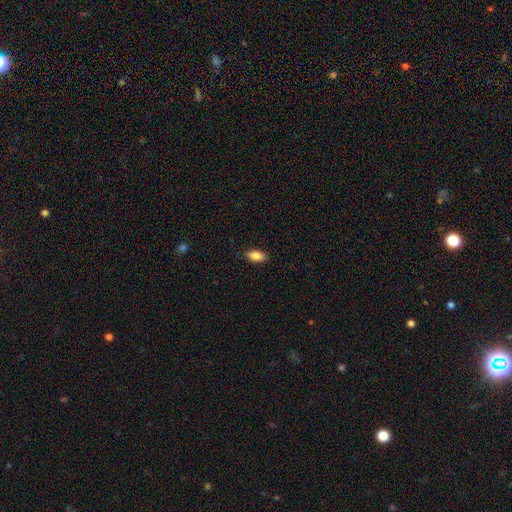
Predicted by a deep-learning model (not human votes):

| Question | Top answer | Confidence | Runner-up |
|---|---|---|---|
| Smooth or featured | smooth | 88% | star or artifact (7%) |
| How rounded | in between | 91% | cigar-shaped (6%) |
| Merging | none | 88% | minor disturbance (9%) |